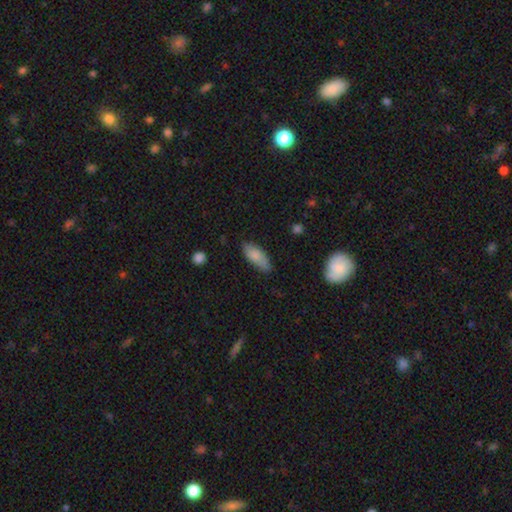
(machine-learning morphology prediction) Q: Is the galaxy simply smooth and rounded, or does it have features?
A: smooth — 79%.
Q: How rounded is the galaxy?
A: in between — 84%.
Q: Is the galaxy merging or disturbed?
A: none — 71%.